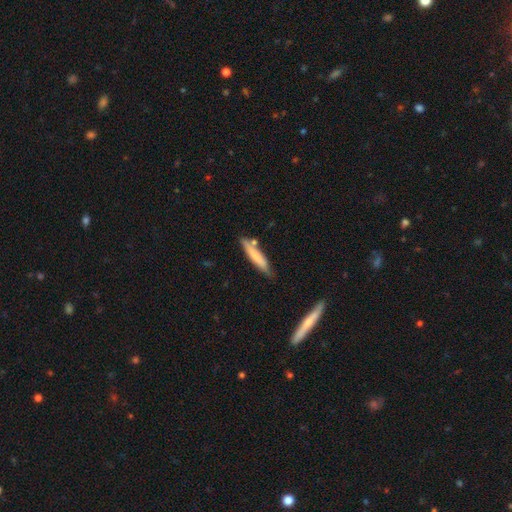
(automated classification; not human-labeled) Morphology: type=smooth (71%); roundness=cigar-shaped (87%); merging=none (71%).